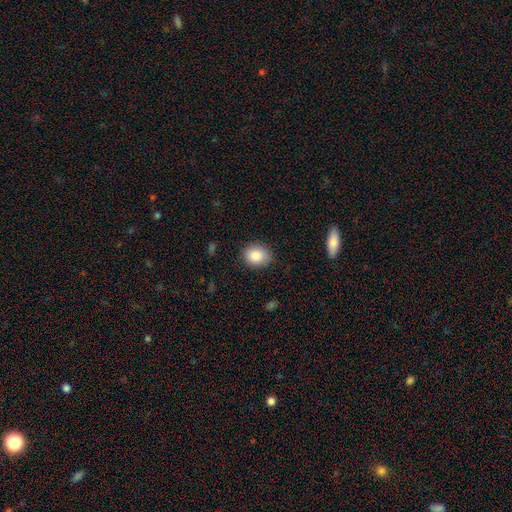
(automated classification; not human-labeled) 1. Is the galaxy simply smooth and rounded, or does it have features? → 85% smooth, 8% star or artifact, 7% featured or disk.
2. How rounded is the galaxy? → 50% round, 49% in between, 1% cigar-shaped.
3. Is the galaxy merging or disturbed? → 85% none, 11% minor disturbance, 3% major disturbance, 1% merger.